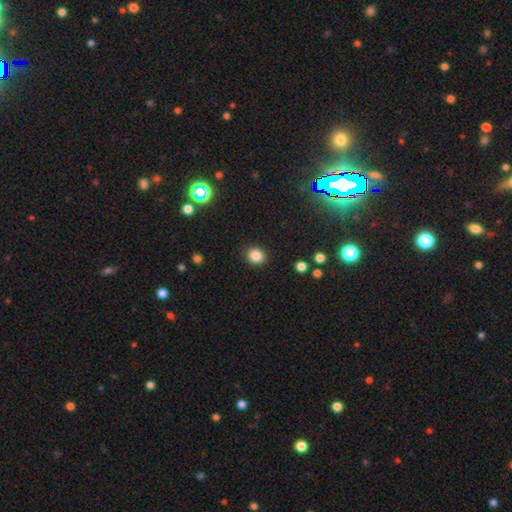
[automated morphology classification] smooth_or_featured: smooth (p=0.85) [alt: star or artifact p=0.11]
how_rounded: round (p=0.75) [alt: in between p=0.24]
merging: none (p=0.90) [alt: minor disturbance p=0.07]